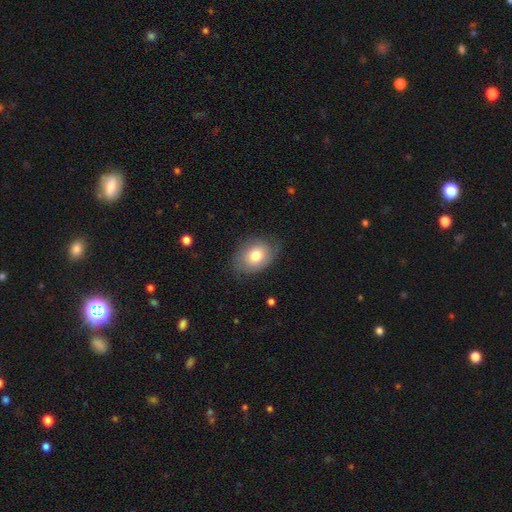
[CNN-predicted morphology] smooth_or_featured: smooth (p=0.73) [alt: featured or disk p=0.19]
how_rounded: in between (p=0.70) [alt: round p=0.29]
merging: none (p=0.71) [alt: minor disturbance p=0.22]